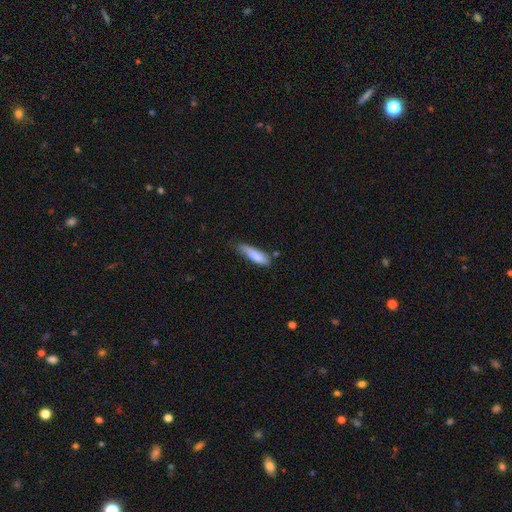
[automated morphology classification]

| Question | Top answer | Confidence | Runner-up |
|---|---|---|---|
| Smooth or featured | smooth | 82% | featured or disk (12%) |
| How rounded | cigar-shaped | 62% | in between (37%) |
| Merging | none | 47% | minor disturbance (39%) |